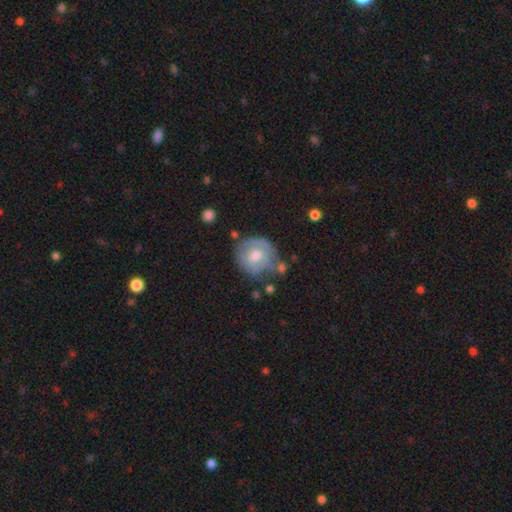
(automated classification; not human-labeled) Smooth or featured? smooth (47%)
Merging? none (60%)